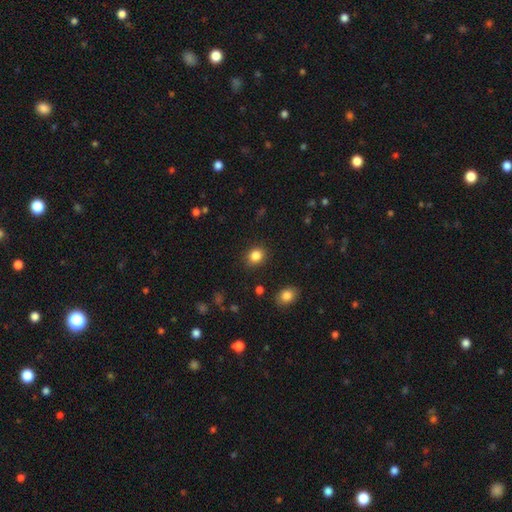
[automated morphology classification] Q: Smooth or featured?
A: smooth (85%); runner-up: star or artifact (11%)
Q: How rounded?
A: round (61%); runner-up: in between (38%)
Q: Merging?
A: none (86%); runner-up: minor disturbance (9%)